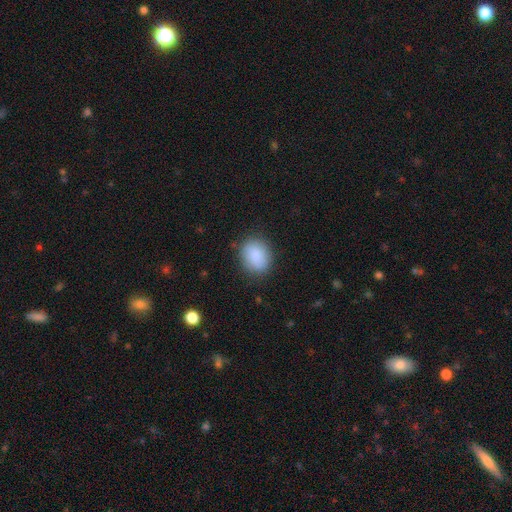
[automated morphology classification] Q: Smooth or featured?
A: smooth (88%); runner-up: star or artifact (7%)
Q: How rounded?
A: round (58%); runner-up: in between (41%)
Q: Merging?
A: none (83%); runner-up: minor disturbance (12%)